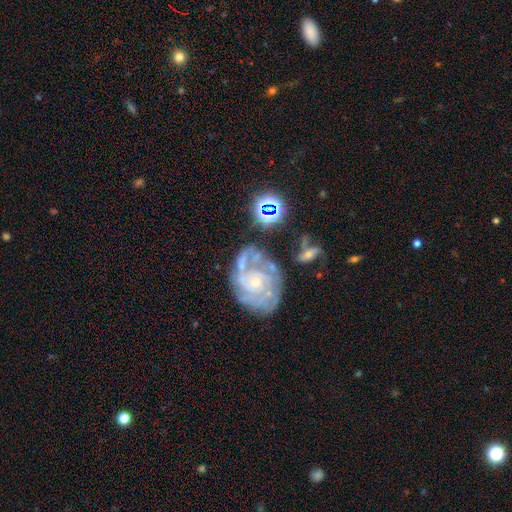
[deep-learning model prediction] Overall: featured or disk (81%). Edge-on disk: no (97%). Bar: no (74%). Spiral arms: yes (92%). Spiral arm count: can't tell (34%; 2 22%). Spiral winding: tight (61%; medium 31%). Bulge size: small (75%). Merging: none (51%; minor disturbance 22%).